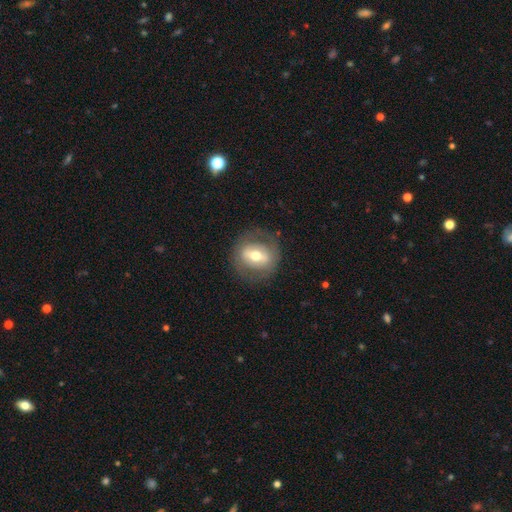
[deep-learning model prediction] A featured or disk galaxy (54%). Merging: none (78%).